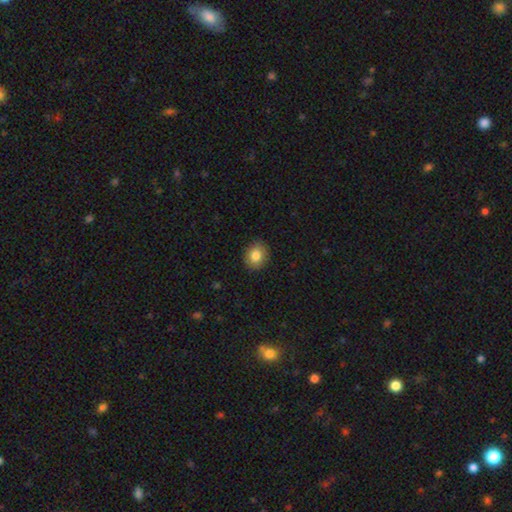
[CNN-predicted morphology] Overall: smooth (83%). How rounded: round (57%; in between 42%). Merging: none (89%).